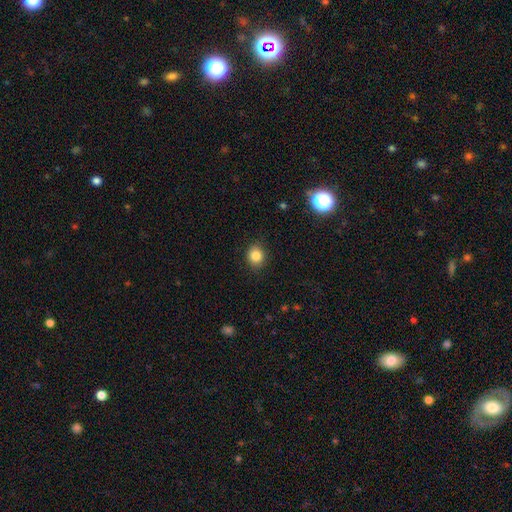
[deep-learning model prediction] smooth_or_featured: smooth (p=0.84) [alt: star or artifact p=0.11]
how_rounded: round (p=0.72) [alt: in between p=0.27]
merging: none (p=0.88) [alt: minor disturbance p=0.09]